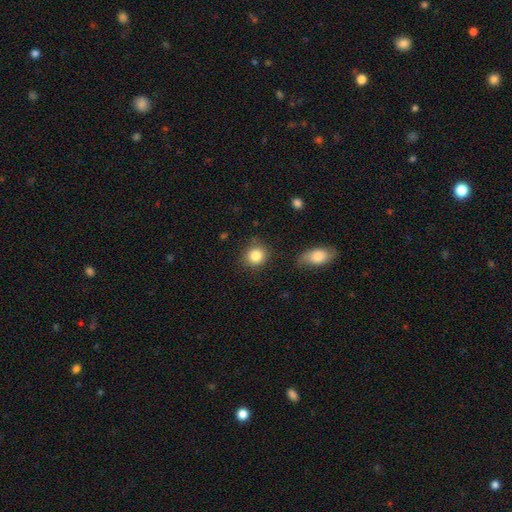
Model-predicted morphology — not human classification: Smooth or featured? smooth (85%)
How rounded? round (82%)
Merging? none (81%)